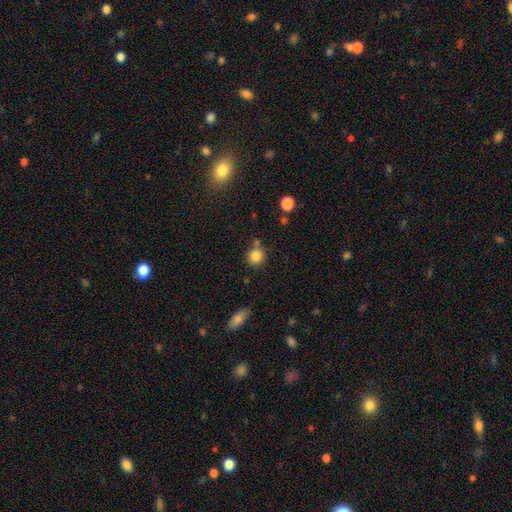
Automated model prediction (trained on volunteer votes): smooth-or-featured: smooth: 84% | star or artifact: 10% | featured or disk: 6%
  how-rounded: round: 87% | in between: 12% | cigar-shaped: 1%
  merging: none: 71% | minor disturbance: 13% | merger: 12% | major disturbance: 4%